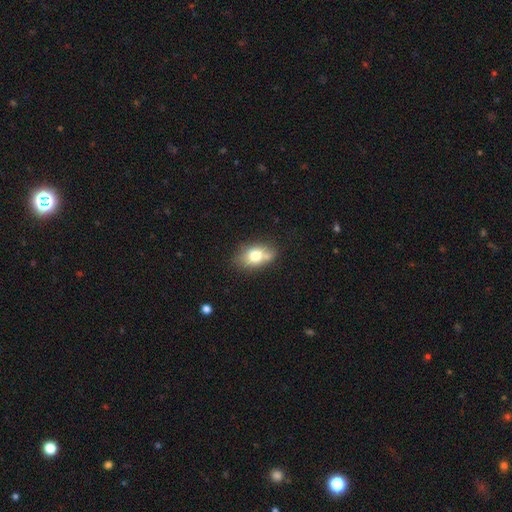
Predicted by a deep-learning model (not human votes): smooth 73%, featured or disk 18%, star or artifact 9%. Down the decision tree: how rounded — in between (78%); merging — none (56%).